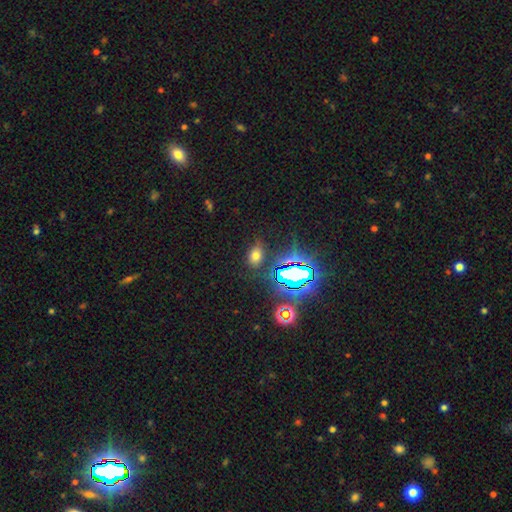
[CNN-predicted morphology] This is possibly a smooth galaxy (56%). How rounded: likely in between (80%). Merging: clearly none (81%).